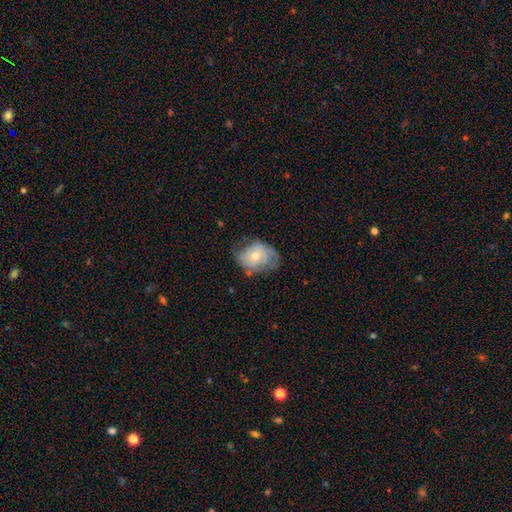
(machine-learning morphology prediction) Overall: featured or disk (61%; smooth 31%). Edge-on disk: no (96%). Bar: no (80%). Spiral arms: yes (77%). Bulge size: moderate (52%; small 43%). Merging: none (56%; minor disturbance 28%).